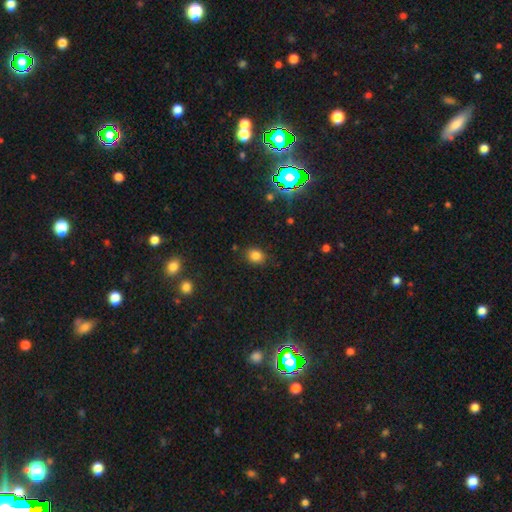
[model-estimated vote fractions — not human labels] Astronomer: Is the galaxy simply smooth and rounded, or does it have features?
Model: smooth — 79%.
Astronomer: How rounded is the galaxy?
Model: round — 56% (runner-up: in between, 43%).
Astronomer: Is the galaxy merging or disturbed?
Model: none — 85%.